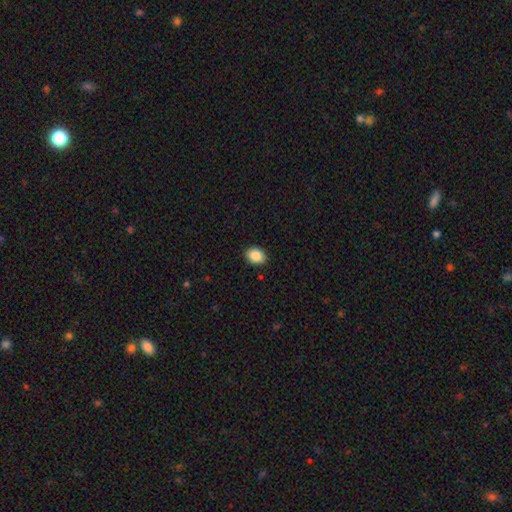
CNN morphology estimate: Smooth or featured? Predicted: smooth (p=0.89). How rounded? Predicted: in between (p=0.60). Merging? Predicted: none (p=0.90).